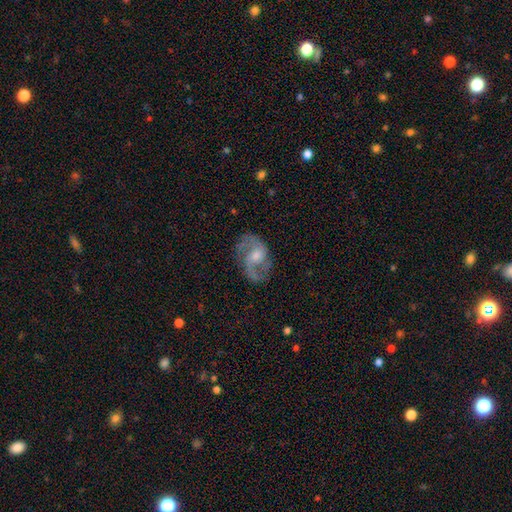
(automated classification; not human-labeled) Morphology: type=featured or disk (83%); edge-on=no (97%); bar=no (47%); spiral arms=yes (94%); winding=medium (51%); arm count=2 (76%); bulge=moderate (52%); merging=none (71%).